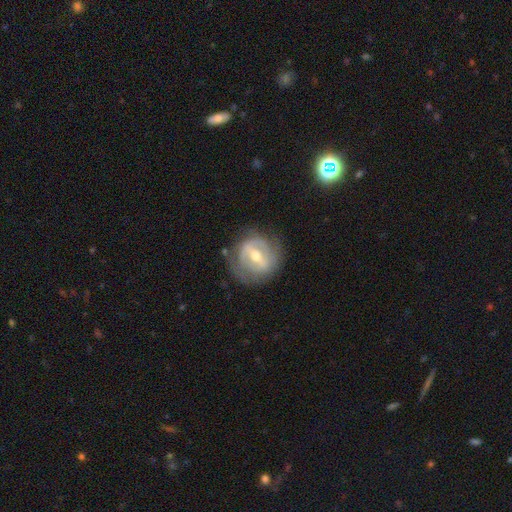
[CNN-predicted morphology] Q: Smooth or featured?
A: featured or disk (75%); runner-up: smooth (19%)
Q: Edge-on disk?
A: no (94%); runner-up: yes (6%)
Q: Bar?
A: strong (53%); runner-up: weak (35%)
Q: Spiral arms?
A: yes (58%); runner-up: no (42%)
Q: Bulge size?
A: moderate (69%); runner-up: small (25%)
Q: Merging?
A: none (72%); runner-up: minor disturbance (18%)